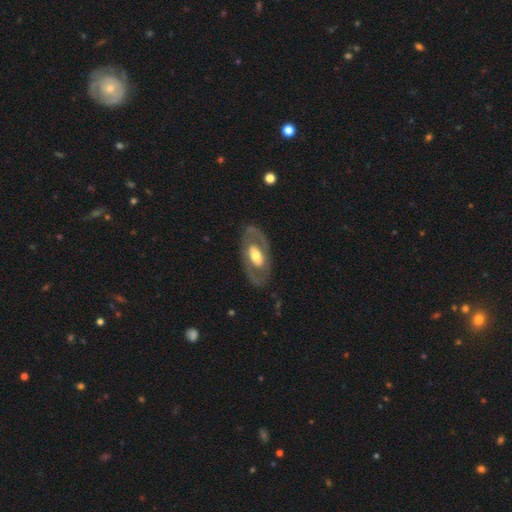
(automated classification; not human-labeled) This appears to be a featured or disk galaxy (68%) with no bar (59%), no spiral arms (58%) and a moderate central bulge (58%). Merging: none (80%).